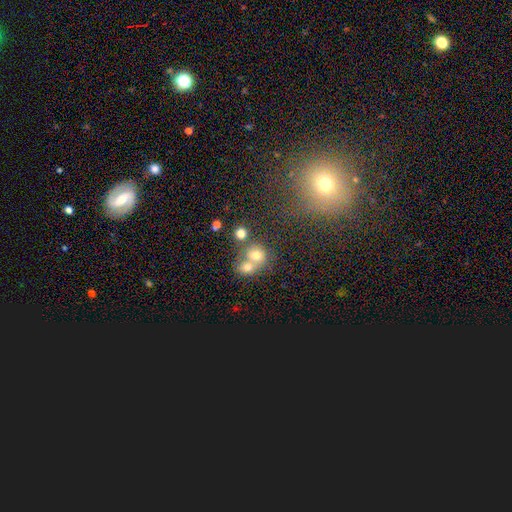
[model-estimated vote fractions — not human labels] This appears to be a smooth galaxy with no disk features (69%) that is round (70%). Merging: merger (58%).